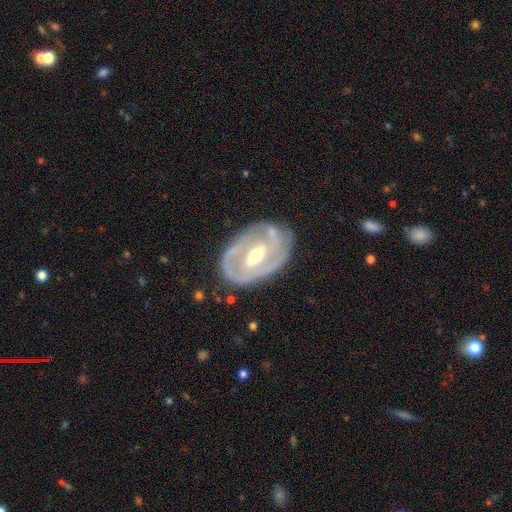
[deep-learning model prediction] Smooth or featured?
  - featured or disk: 82% *
  - smooth: 13%
  - star or artifact: 5%
Edge-on disk?
  - no: 94% *
  - yes: 6%
Bar?
  - strong: 45% *
  - weak: 39%
  - no: 16%
Spiral arms?
  - yes: 74% *
  - no: 26%
Spiral winding?
  - tight: 54% *
  - medium: 34%
  - loose: 13%
Spiral arm count?
  - 2: 60% *
  - can't tell: 21%
  - 1: 8%
  - 3: 7%
  - 4: 2%
  - more than 4: 2%
Bulge size?
  - moderate: 68% *
  - small: 25%
  - large: 5%
  - none: 1%
  - dominant: 1%
Merging?
  - none: 72% *
  - minor disturbance: 19%
  - major disturbance: 7%
  - merger: 2%